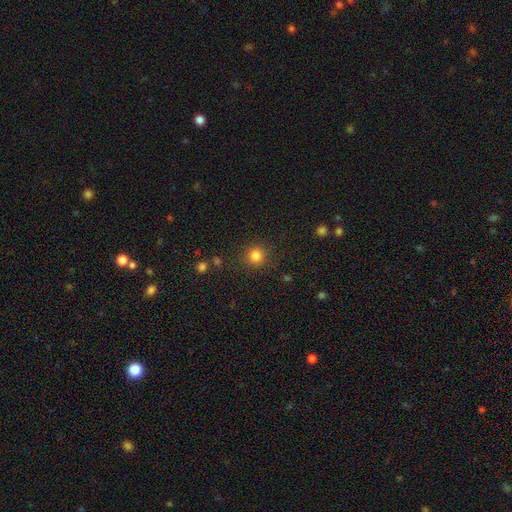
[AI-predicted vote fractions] Overall: smooth (83%). How rounded: round (93%). Merging: none (89%).